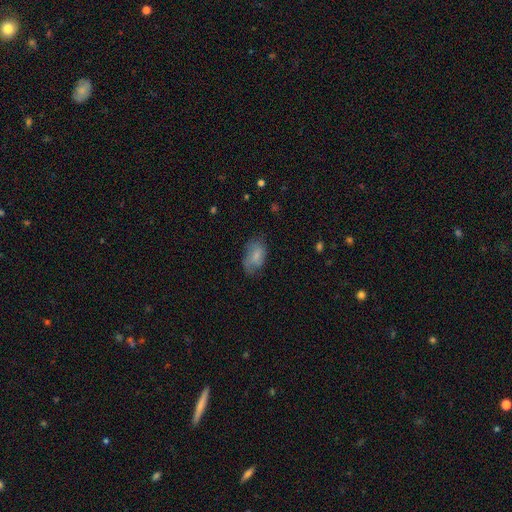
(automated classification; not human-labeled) Q: Smooth or featured?
A: smooth (67%); runner-up: featured or disk (25%)
Q: How rounded?
A: in between (91%); runner-up: round (7%)
Q: Merging?
A: none (53%); runner-up: minor disturbance (30%)